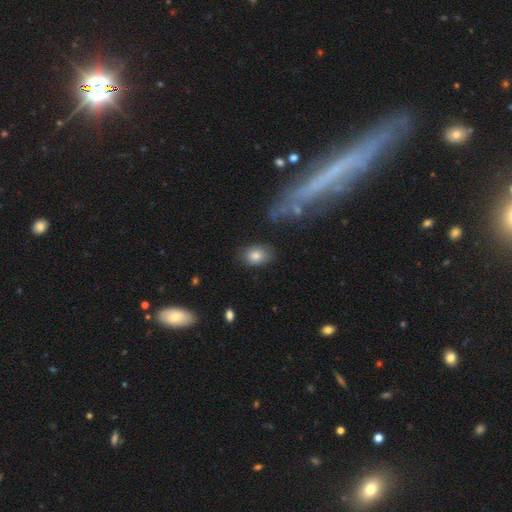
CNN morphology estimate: A smooth galaxy with no disk features (81%) that is in between round and cigar-shaped (79%). Merging: none (76%).